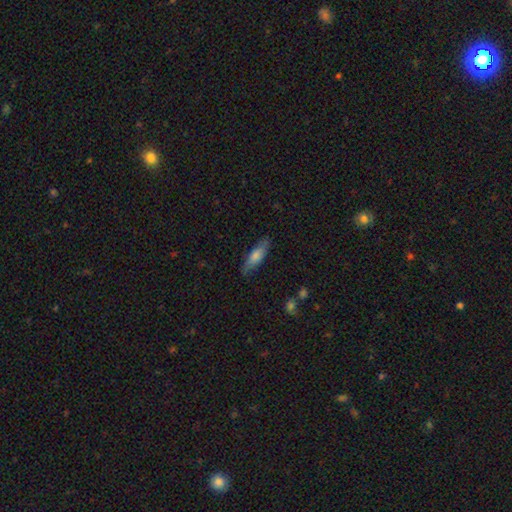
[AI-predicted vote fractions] Morphology: type=smooth (65%); roundness=cigar-shaped (58%); merging=none (81%).